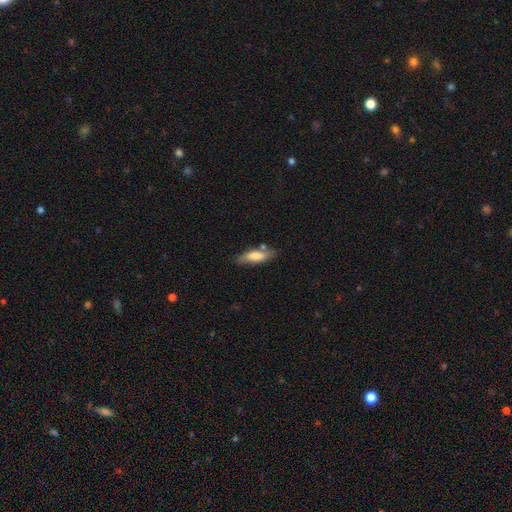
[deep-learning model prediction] This appears to be a smooth galaxy with no disk features (70%) that is in between round and cigar-shaped (56%). Merging: none (65%).